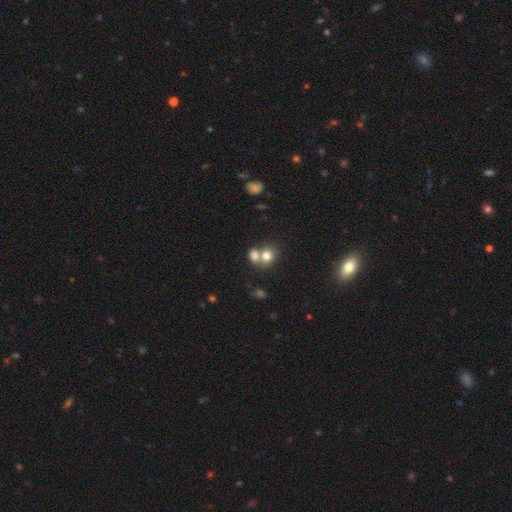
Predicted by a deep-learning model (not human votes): The model was most divided on "how rounded": round: 59%, in between: 40%, cigar-shaped: 1%. More confident: smooth or featured — smooth (76%); merging — merger (57%).